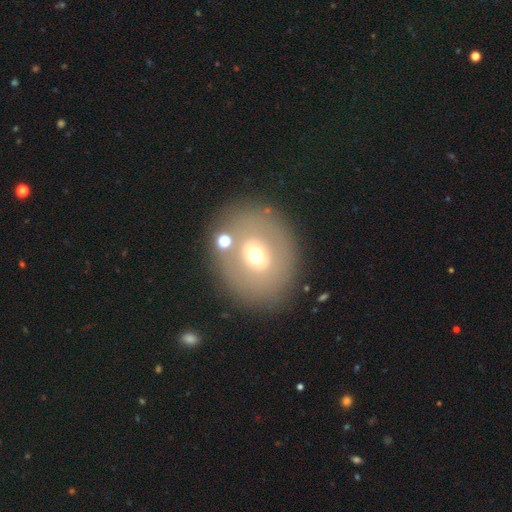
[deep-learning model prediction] The model was most divided on "how rounded": round: 61%, in between: 38%, cigar-shaped: 1%. More confident: merging — none (79%); smooth or featured — smooth (57%).